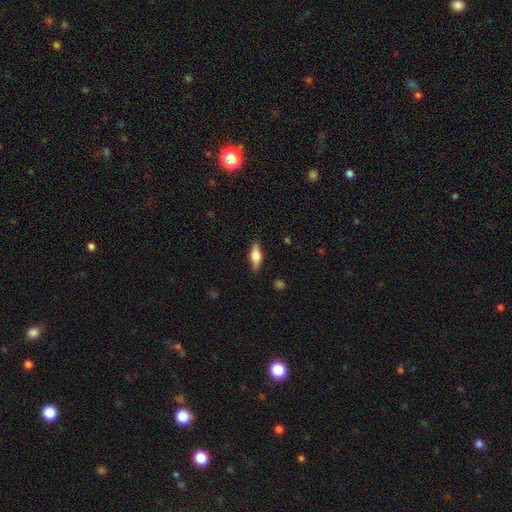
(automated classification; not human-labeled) smooth_or_featured: smooth (p=0.51) [alt: featured or disk p=0.42]
how_rounded: in between (p=0.59) [alt: cigar-shaped p=0.38]
merging: none (p=0.84) [alt: minor disturbance p=0.12]